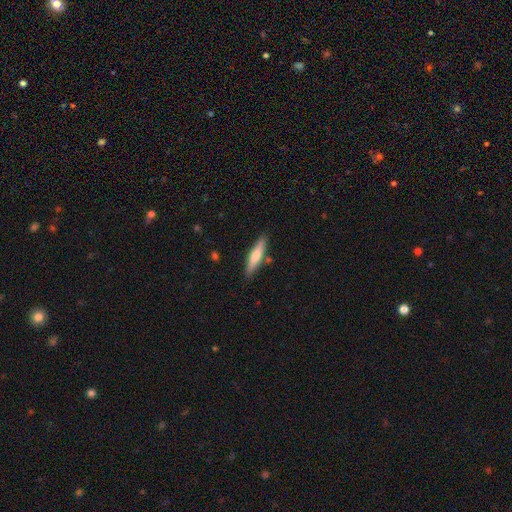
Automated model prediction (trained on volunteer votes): Overall: smooth (60%; featured or disk 34%). How rounded: cigar-shaped (81%). Merging: none (83%).